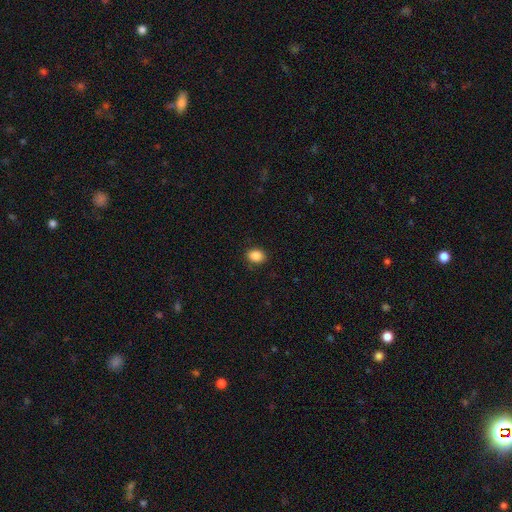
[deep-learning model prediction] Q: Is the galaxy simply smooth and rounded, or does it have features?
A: smooth — 88%.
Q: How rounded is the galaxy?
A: in between — 64%.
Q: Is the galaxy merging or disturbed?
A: none — 88%.